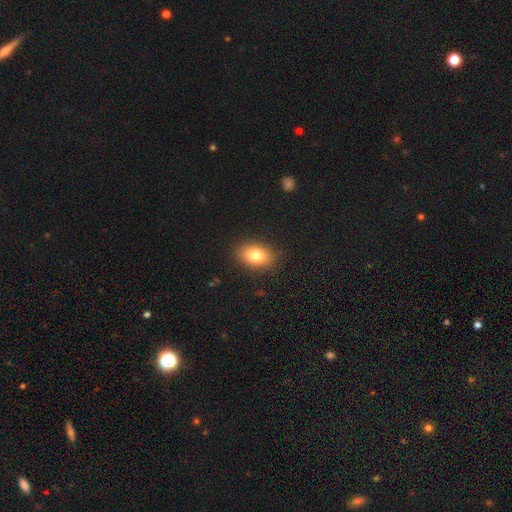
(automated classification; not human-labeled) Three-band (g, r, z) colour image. It shows a smooth galaxy with no disk features (80%) that is in between round and cigar-shaped (83%). Merging: none (87%).